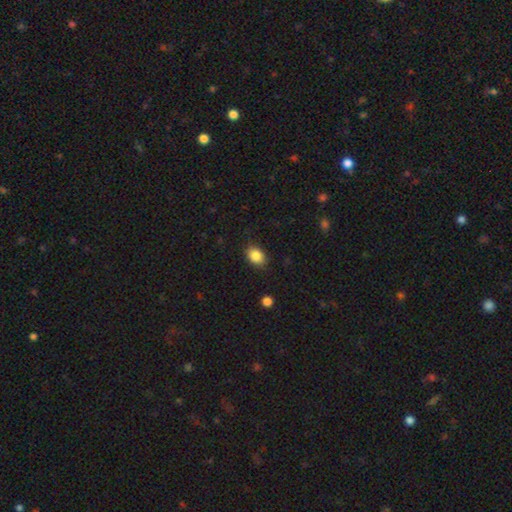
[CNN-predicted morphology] Smooth or featured? Predicted: smooth (p=0.87). How rounded? Predicted: in between (p=0.70). Merging? Predicted: none (p=0.85).